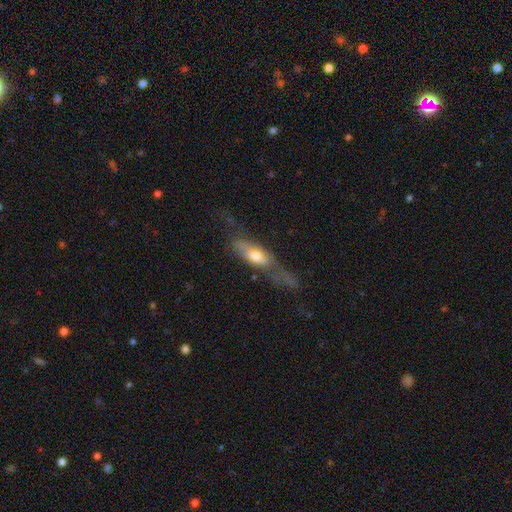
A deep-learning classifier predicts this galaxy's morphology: A smooth galaxy with no disk features (51%) that is in between round and cigar-shaped (59%). Merging: none (36%).